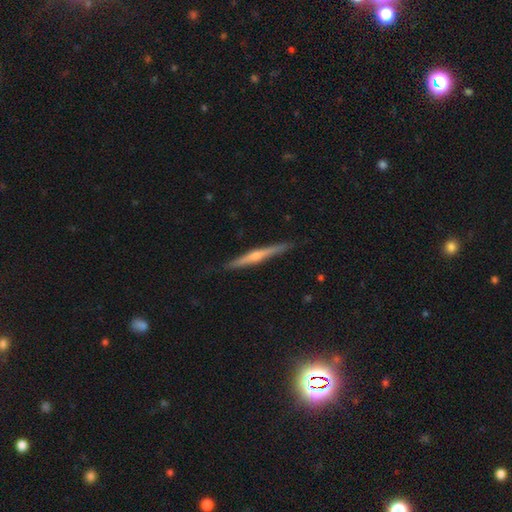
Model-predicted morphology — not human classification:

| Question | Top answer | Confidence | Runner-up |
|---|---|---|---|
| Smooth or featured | featured or disk | 72% | smooth (18%) |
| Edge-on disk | yes | 97% | no (3%) |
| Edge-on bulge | rounded | 80% | none (13%) |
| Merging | none | 89% | minor disturbance (8%) |